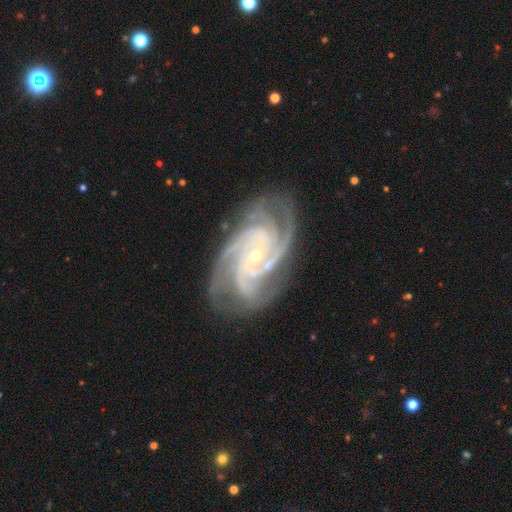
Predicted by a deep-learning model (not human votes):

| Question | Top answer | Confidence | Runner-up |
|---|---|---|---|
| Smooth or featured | featured or disk | 92% | star or artifact (5%) |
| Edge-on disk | no | 97% | yes (3%) |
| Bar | no | 60% | weak (27%) |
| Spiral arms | yes | 99% | no (1%) |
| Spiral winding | tight | 61% | medium (35%) |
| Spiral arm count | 3 | 38% | 4 (34%) |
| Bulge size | small | 76% | moderate (20%) |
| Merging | none | 76% | minor disturbance (16%) |